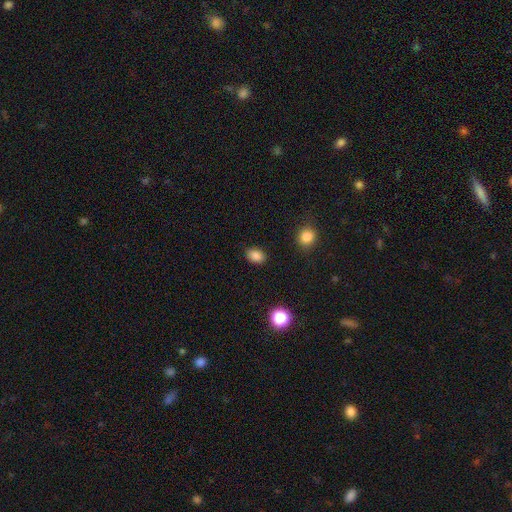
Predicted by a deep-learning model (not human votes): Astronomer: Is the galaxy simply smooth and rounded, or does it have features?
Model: smooth — 85%.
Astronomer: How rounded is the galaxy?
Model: in between — 72%.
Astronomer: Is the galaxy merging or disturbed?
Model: none — 87%.